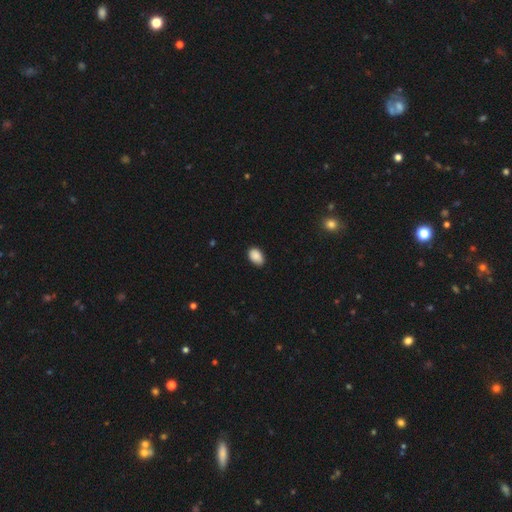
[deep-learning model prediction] smooth 89%, star or artifact 7%, featured or disk 3%. Down the decision tree: how rounded — in between (88%); merging — none (81%).